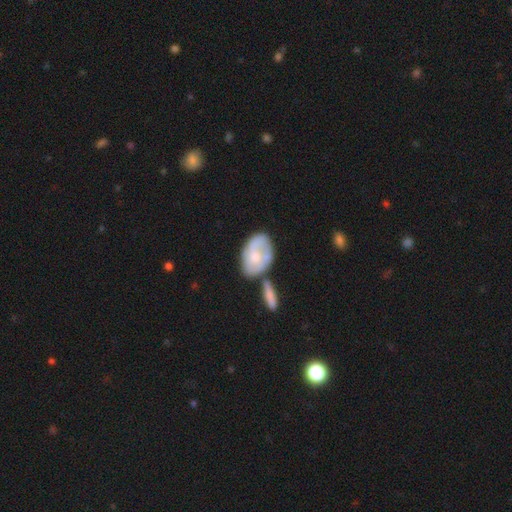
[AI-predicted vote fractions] smooth 52%, featured or disk 42%, star or artifact 6%. Down the decision tree: how rounded — in between (86%); merging — none (40%).